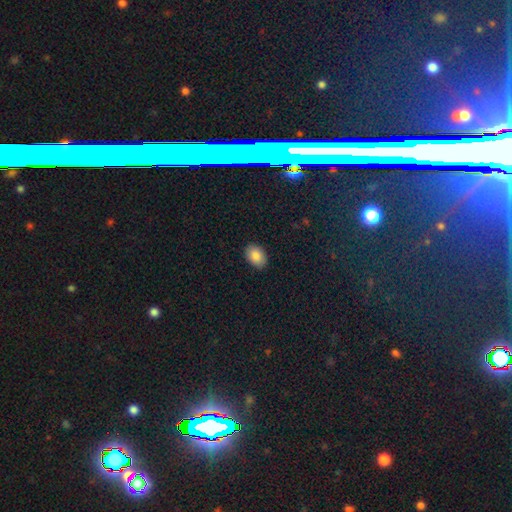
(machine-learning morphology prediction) smooth_or_featured: smooth (p=0.87) [alt: star or artifact p=0.08]
how_rounded: in between (p=0.82) [alt: round p=0.17]
merging: none (p=0.89) [alt: minor disturbance p=0.09]